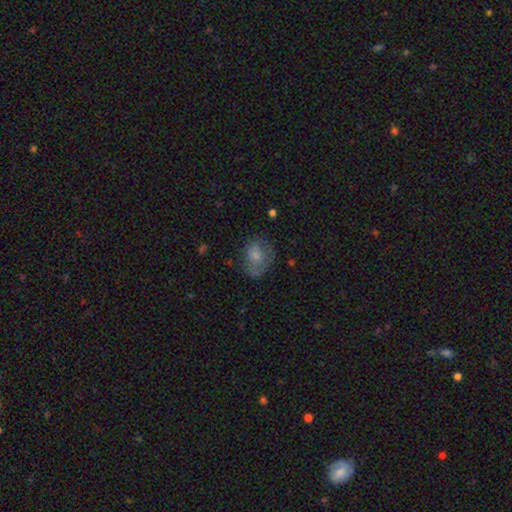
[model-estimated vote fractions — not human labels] A smooth galaxy with no disk features (67%) that is in between round and cigar-shaped (60%).

Vote fractions:
- Smooth or featured? smooth: 67% / featured or disk: 24% / star or artifact: 9%
- How rounded? in between: 60% / round: 39% / cigar-shaped: 1%
- Merging? none: 55% / minor disturbance: 26% / major disturbance: 17% / merger: 2%